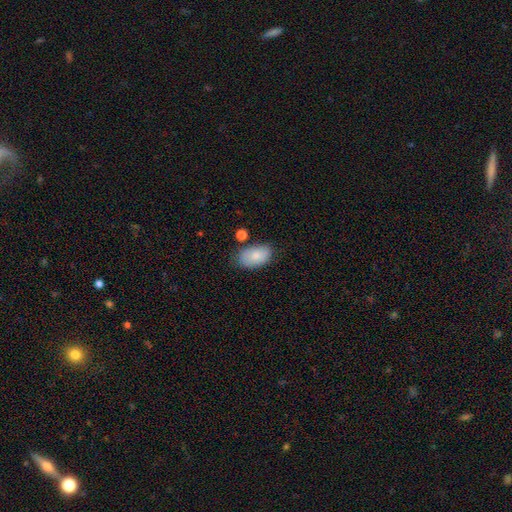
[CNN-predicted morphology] smooth_or_featured: smooth (p=0.84) [alt: featured or disk p=0.10]
how_rounded: in between (p=0.93) [alt: round p=0.06]
merging: none (p=0.70) [alt: minor disturbance p=0.20]